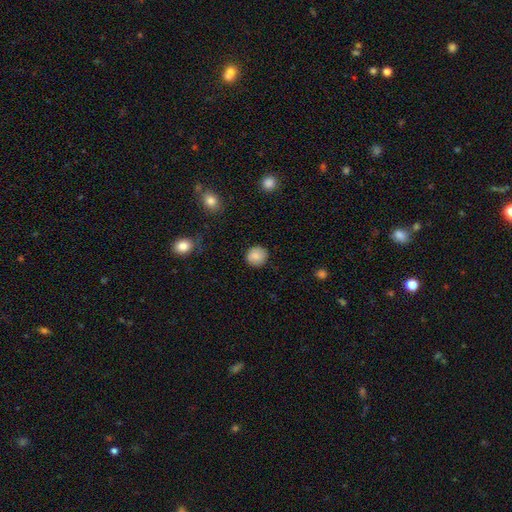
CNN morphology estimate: Smooth or featured? smooth (84%)
How rounded? round (88%)
Merging? none (88%)